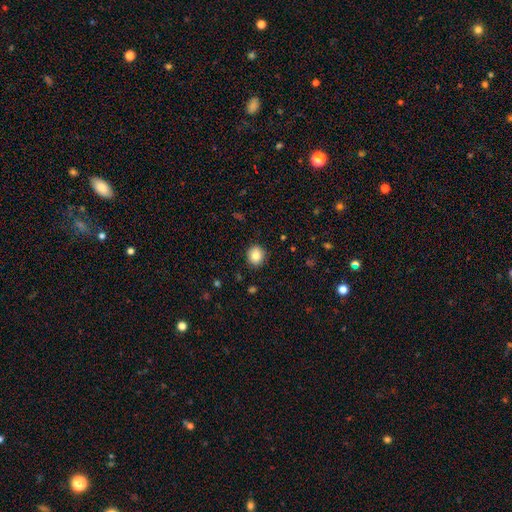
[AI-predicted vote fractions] Smooth or featured? Predicted: smooth (p=0.83). How rounded? Predicted: round (p=0.84). Merging? Predicted: none (p=0.90).